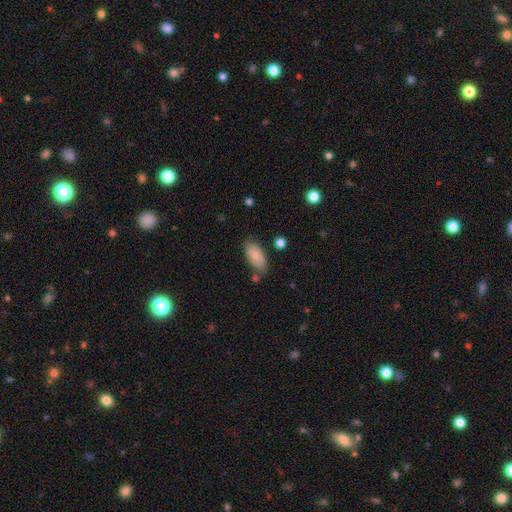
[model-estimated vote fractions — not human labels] A smooth galaxy with no disk features (73%) that is in between round and cigar-shaped (93%).

Vote fractions:
- Smooth or featured? smooth: 73% / featured or disk: 21% / star or artifact: 6%
- How rounded? in between: 93% / cigar-shaped: 4% / round: 3%
- Merging? none: 67% / minor disturbance: 21% / merger: 7% / major disturbance: 5%